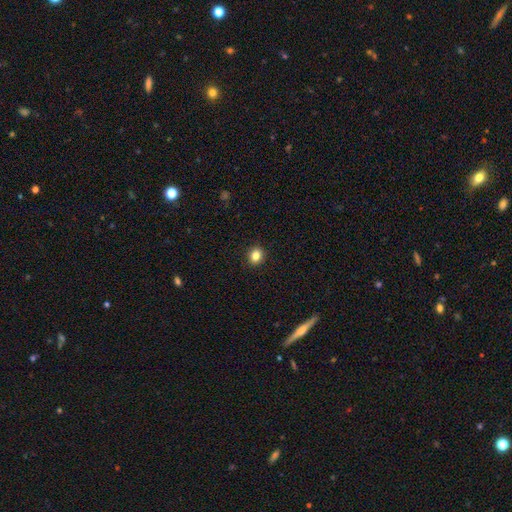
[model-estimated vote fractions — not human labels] smooth-or-featured: smooth: 84% | star or artifact: 10% | featured or disk: 5%
  how-rounded: round: 60% | in between: 39% | cigar-shaped: 1%
  merging: none: 91% | minor disturbance: 6% | major disturbance: 2% | merger: 1%